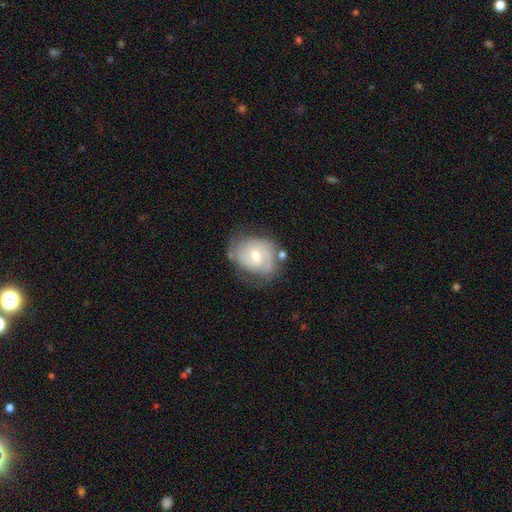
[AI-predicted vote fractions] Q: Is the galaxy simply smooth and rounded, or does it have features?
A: featured or disk — 75%.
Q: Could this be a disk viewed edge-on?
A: no — 97%.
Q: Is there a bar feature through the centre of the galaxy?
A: no — 54%.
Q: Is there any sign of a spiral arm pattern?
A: yes — 91%.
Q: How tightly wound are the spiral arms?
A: tight — 57%.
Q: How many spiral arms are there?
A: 2 — 50%.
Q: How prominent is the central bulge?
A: moderate — 57%.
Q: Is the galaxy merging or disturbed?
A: none — 60%.